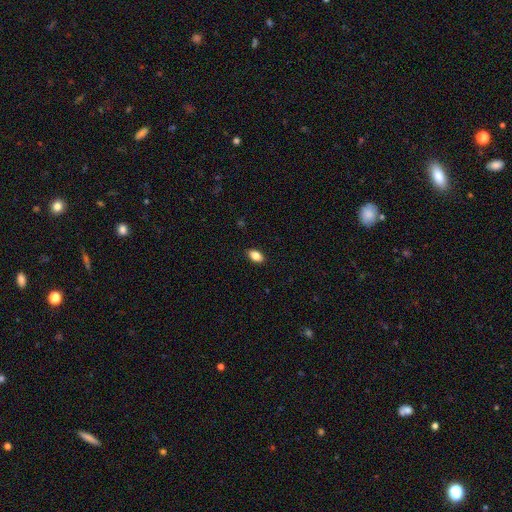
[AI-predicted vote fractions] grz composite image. It shows a smooth galaxy with no disk features (85%) that is in between round and cigar-shaped (90%). Merging: none (89%).